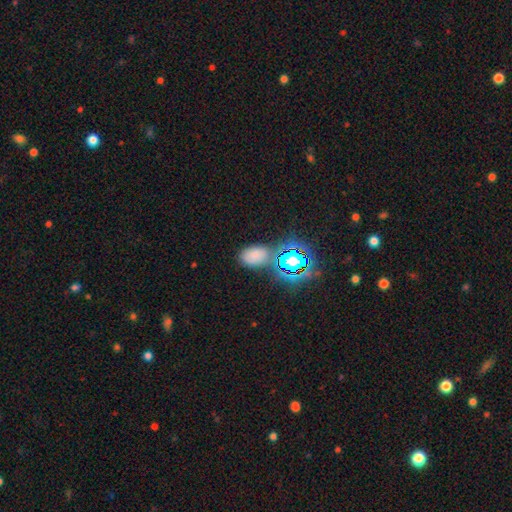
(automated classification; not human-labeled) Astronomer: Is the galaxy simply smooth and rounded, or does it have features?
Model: smooth — 65%.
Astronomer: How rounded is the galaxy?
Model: in between — 89%.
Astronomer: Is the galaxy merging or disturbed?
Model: none — 74%.